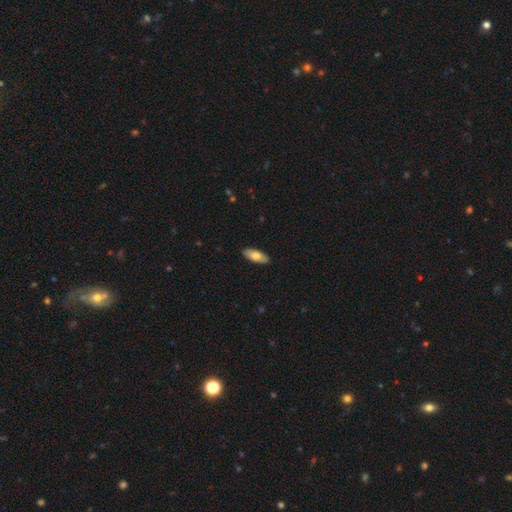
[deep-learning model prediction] Smooth or featured? Predicted: smooth (p=0.74). How rounded? Predicted: in between (p=0.82). Merging? Predicted: none (p=0.90).